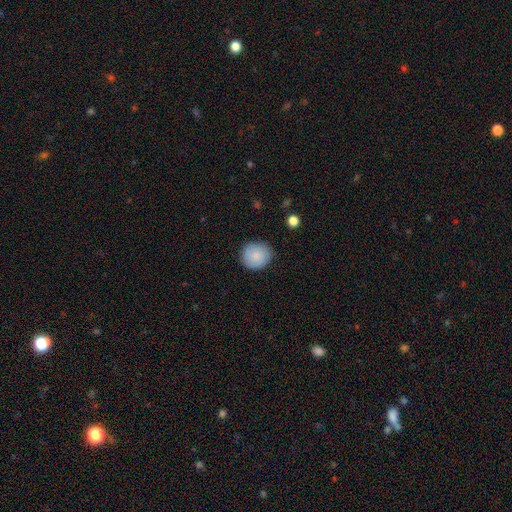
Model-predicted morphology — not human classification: Q: Smooth or featured?
A: smooth (85%); runner-up: featured or disk (8%)
Q: How rounded?
A: round (87%); runner-up: in between (13%)
Q: Merging?
A: none (87%); runner-up: minor disturbance (10%)